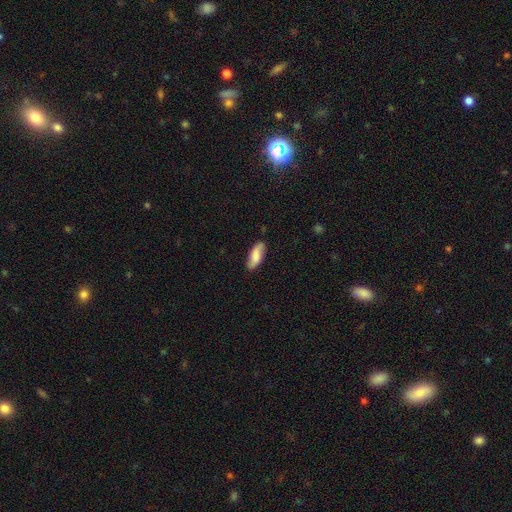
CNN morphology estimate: smooth_or_featured: smooth (p=0.67) [alt: featured or disk p=0.26]
how_rounded: in between (p=0.78) [alt: cigar-shaped p=0.19]
merging: none (p=0.81) [alt: minor disturbance p=0.15]